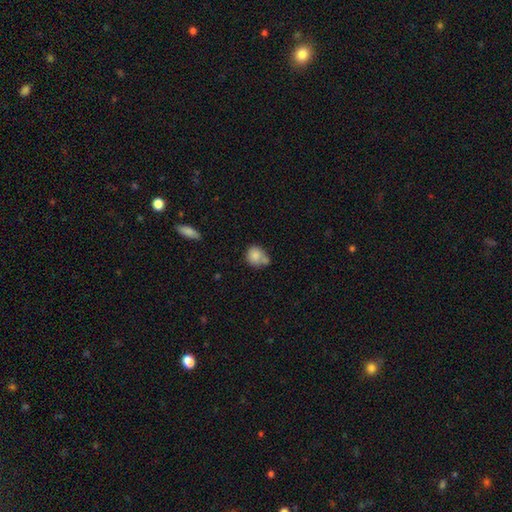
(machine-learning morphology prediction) smooth 82%, featured or disk 10%, star or artifact 9%. Down the decision tree: how rounded — round (70%); merging — none (43%).